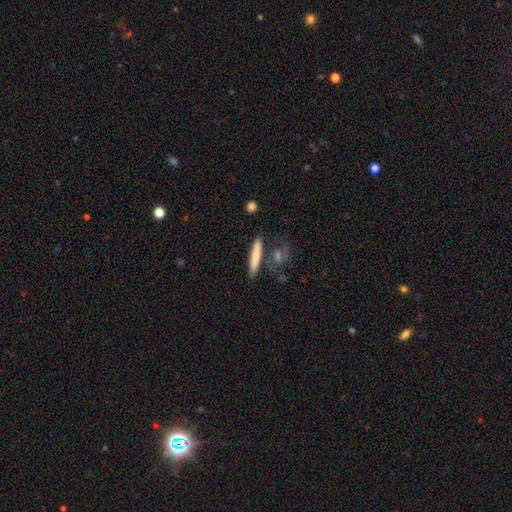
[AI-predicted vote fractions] smooth 73%, featured or disk 21%, star or artifact 6%. Down the decision tree: how rounded — cigar-shaped (90%); merging — none (73%).